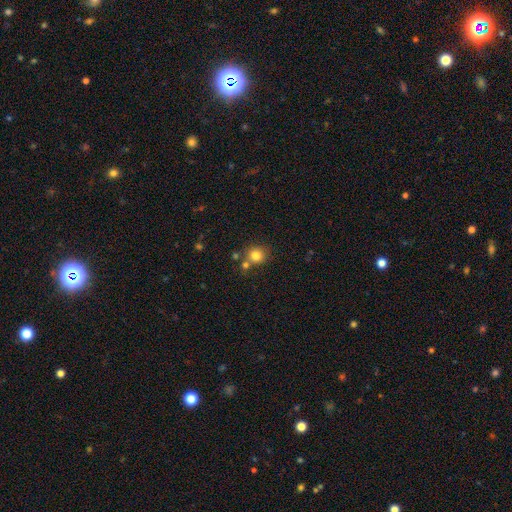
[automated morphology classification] Overall: smooth (81%). How rounded: round (88%). Merging: none (68%).